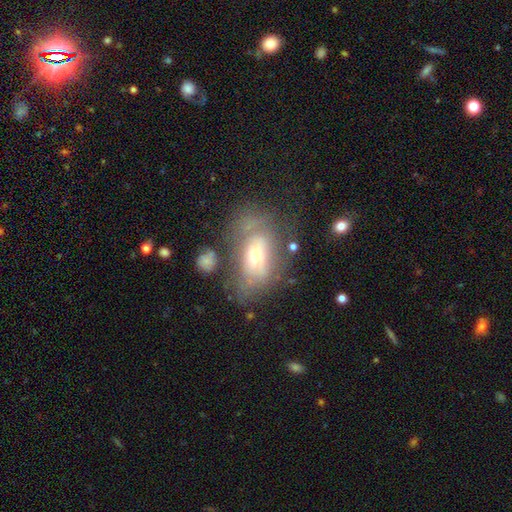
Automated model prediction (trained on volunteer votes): Smooth or featured? featured or disk (48%)
Merging? none (44%)